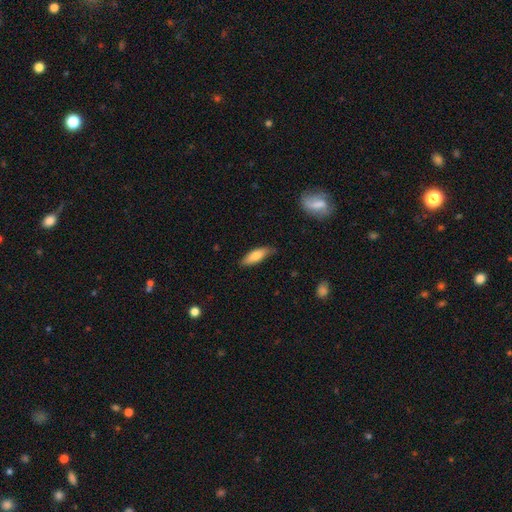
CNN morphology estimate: Q: Smooth or featured?
A: smooth (76%); runner-up: featured or disk (18%)
Q: How rounded?
A: in between (55%); runner-up: cigar-shaped (43%)
Q: Merging?
A: none (78%); runner-up: minor disturbance (18%)